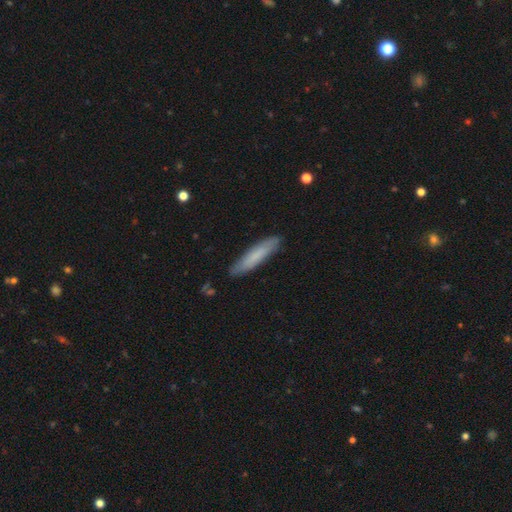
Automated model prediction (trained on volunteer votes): smooth_or_featured: smooth (p=0.75) [alt: featured or disk p=0.19]
how_rounded: cigar-shaped (p=0.86) [alt: in between p=0.13]
merging: none (p=0.87) [alt: minor disturbance p=0.10]